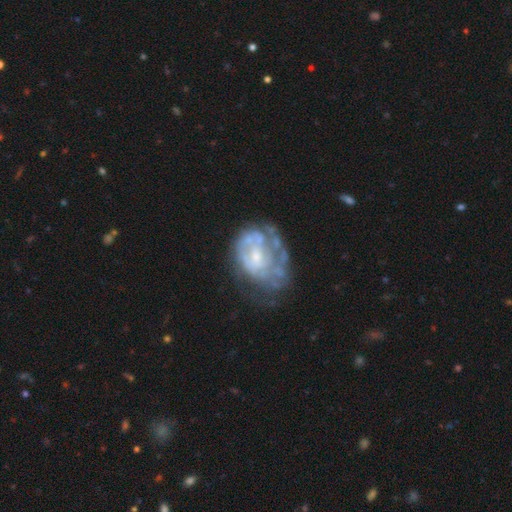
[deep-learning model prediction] Smooth or featured? featured or disk (68%)
Edge-on disk? no (97%)
Bar? no (66%)
Spiral arms? yes (51%)
Bulge size? small (50%)
Merging? none (43%)